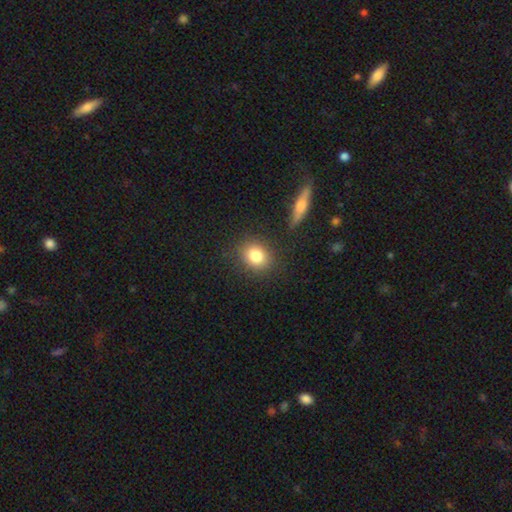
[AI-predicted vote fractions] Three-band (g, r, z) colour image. It shows a smooth galaxy with no disk features (82%) that is round (68%). Merging: none (84%).